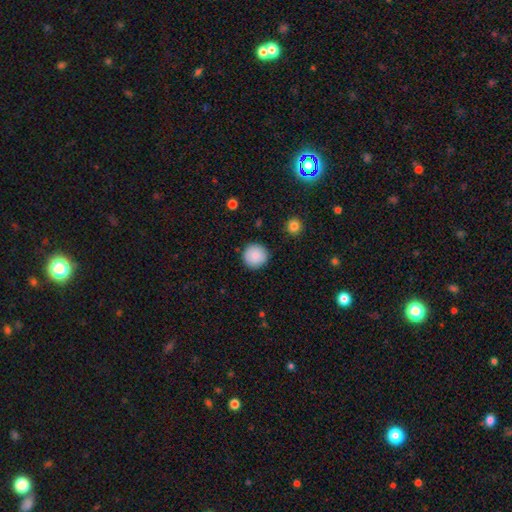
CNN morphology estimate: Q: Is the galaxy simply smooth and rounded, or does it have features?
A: smooth — 88%.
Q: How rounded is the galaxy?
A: round — 95%.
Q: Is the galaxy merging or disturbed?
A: none — 91%.